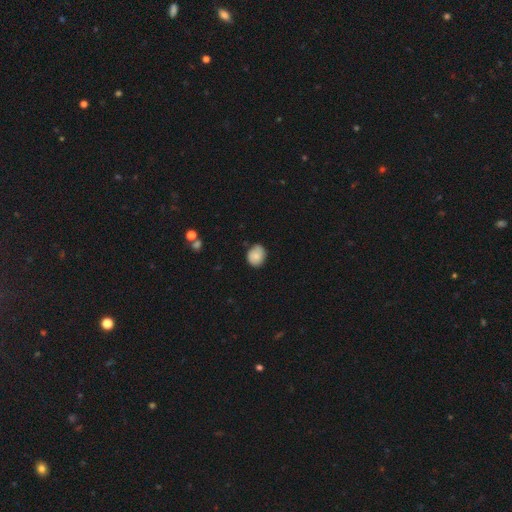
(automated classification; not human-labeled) Overall: smooth (82%). How rounded: round (56%; in between 43%). Merging: none (77%).